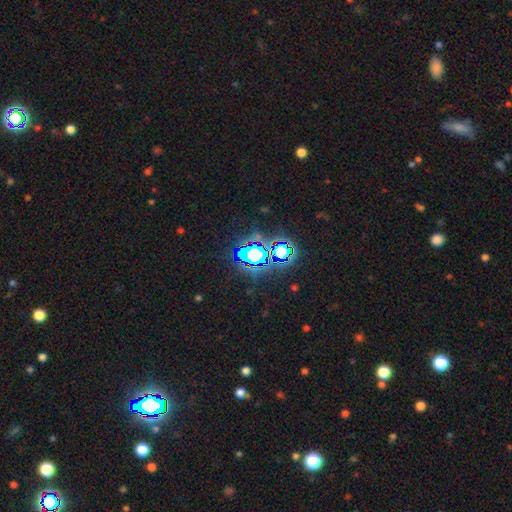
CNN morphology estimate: A star or artifact, not a galaxy (73%).

Vote fractions:
- Smooth or featured? star or artifact: 73% / smooth: 16% / featured or disk: 11%